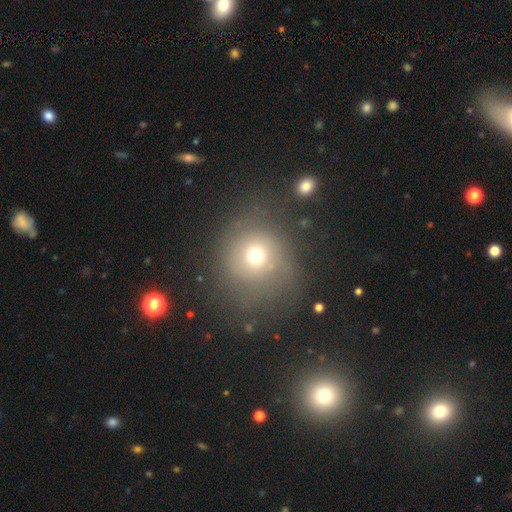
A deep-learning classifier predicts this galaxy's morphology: This is likely a smooth galaxy (66%). How rounded: clearly round (85%). Merging: likely none (65%).